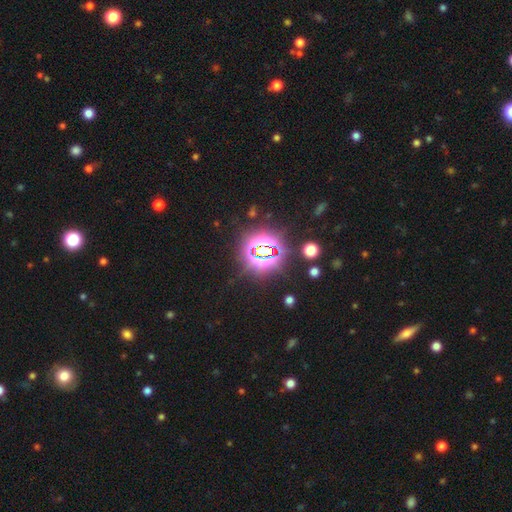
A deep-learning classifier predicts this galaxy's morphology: smooth_or_featured: star or artifact (p=0.80) [alt: smooth p=0.13]